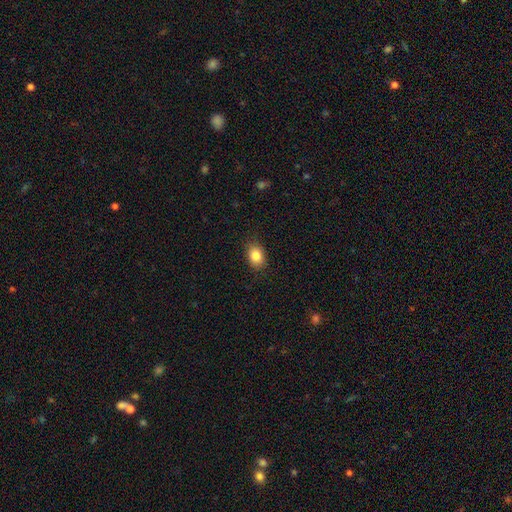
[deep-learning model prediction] The model was most divided on "how rounded": in between: 69%, round: 30%, cigar-shaped: 1%. More confident: merging — none (86%); smooth or featured — smooth (84%).